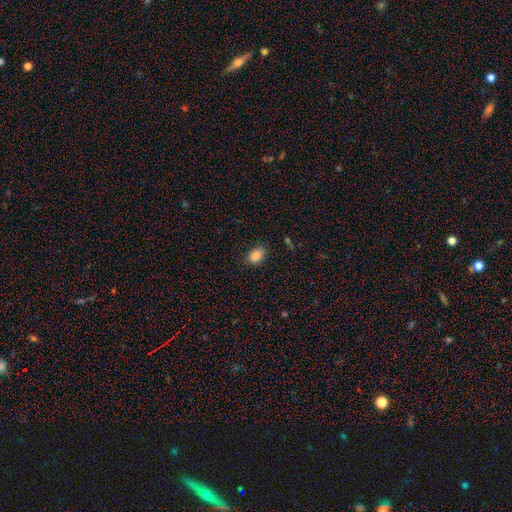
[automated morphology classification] This is clearly a smooth galaxy (86%). How rounded: clearly in between (83%). Merging: clearly none (81%).